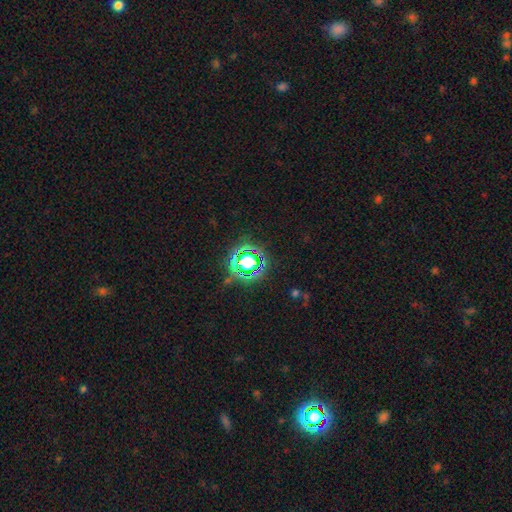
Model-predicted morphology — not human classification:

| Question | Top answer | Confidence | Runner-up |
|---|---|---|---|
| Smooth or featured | star or artifact | 64% | smooth (24%) |